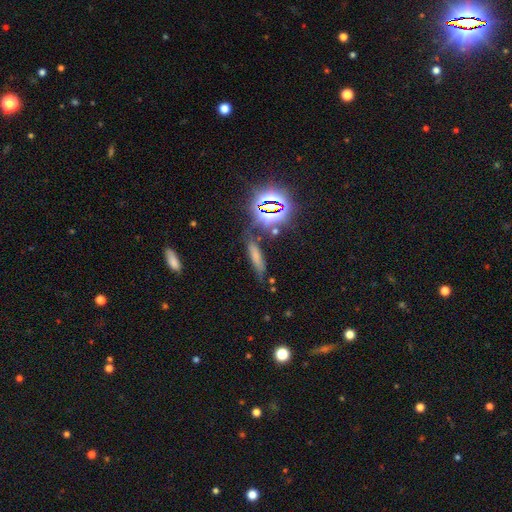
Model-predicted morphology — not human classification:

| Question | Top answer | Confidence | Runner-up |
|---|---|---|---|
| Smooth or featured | smooth | 59% | star or artifact (26%) |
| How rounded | cigar-shaped | 70% | in between (25%) |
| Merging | none | 69% | minor disturbance (18%) |